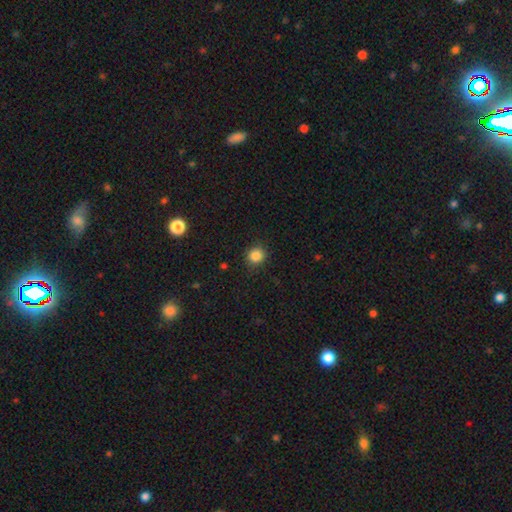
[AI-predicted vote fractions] smooth-or-featured: smooth: 85% | star or artifact: 11% | featured or disk: 4%
  how-rounded: round: 89% | in between: 10% | cigar-shaped: 1%
  merging: none: 89% | minor disturbance: 8% | major disturbance: 2% | merger: 1%